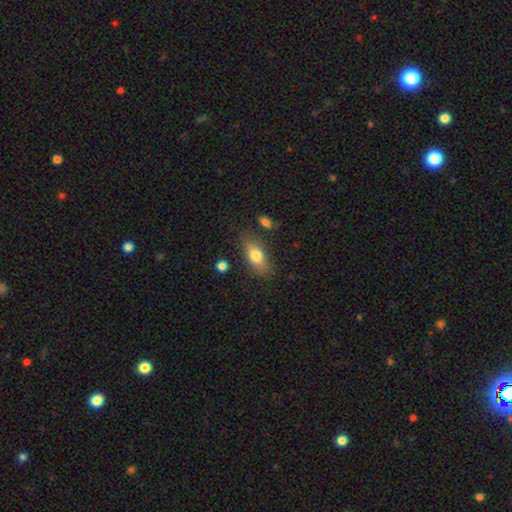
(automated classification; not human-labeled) Smooth or featured: smooth — 76% (featured or disk — 16%)
How rounded: in between — 82% (cigar-shaped — 12%)
Merging: none — 77% (minor disturbance — 15%)